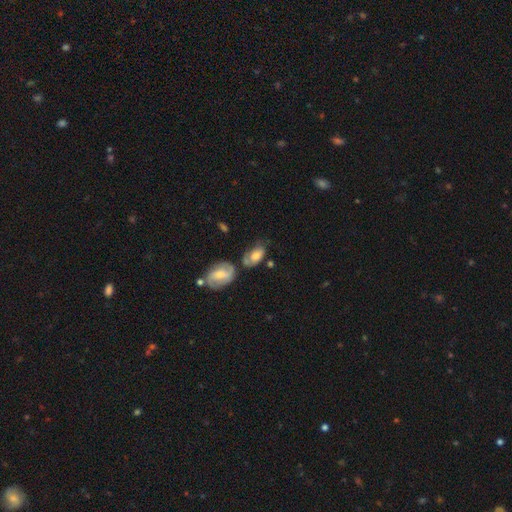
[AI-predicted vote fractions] A smooth galaxy with no disk features (62%) that is in between round and cigar-shaped (89%).

Vote fractions:
- Smooth or featured? smooth: 62% / featured or disk: 30% / star or artifact: 8%
- How rounded? in between: 89% / round: 7% / cigar-shaped: 3%
- Merging? none: 42% / minor disturbance: 25% / merger: 21% / major disturbance: 12%